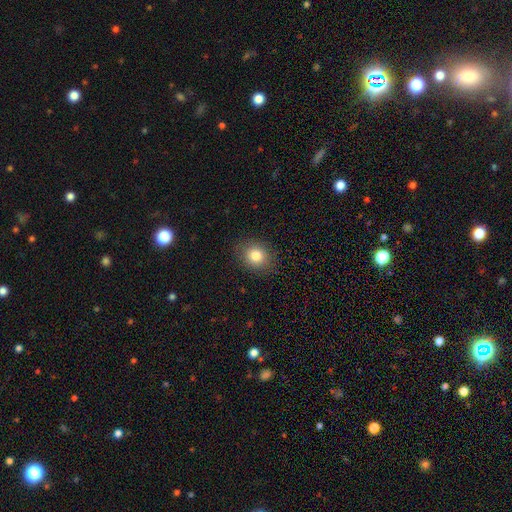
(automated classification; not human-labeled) Smooth or featured?
  - smooth: 81% *
  - star or artifact: 11%
  - featured or disk: 8%
How rounded?
  - round: 62% *
  - in between: 38%
  - cigar-shaped: 1%
Merging?
  - none: 88% *
  - minor disturbance: 9%
  - major disturbance: 3%
  - merger: 1%